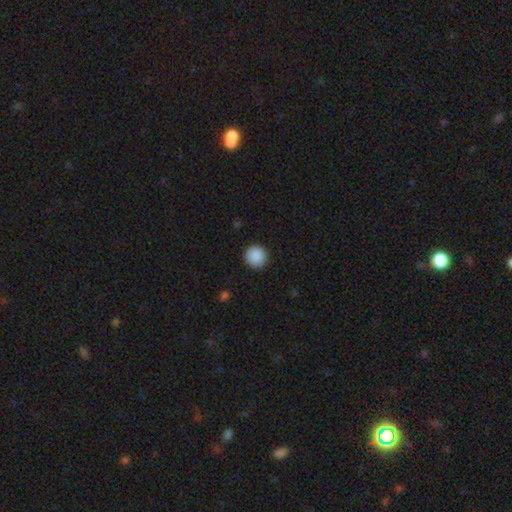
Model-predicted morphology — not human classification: The model was most divided on "smooth or featured": smooth: 89%, star or artifact: 8%, featured or disk: 2%. More confident: how rounded — round (94%); merging — none (92%).